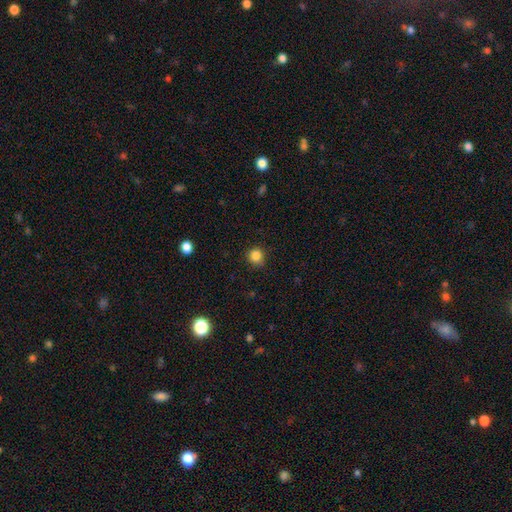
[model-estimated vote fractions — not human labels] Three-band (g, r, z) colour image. It shows a smooth galaxy with no disk features (84%) that is round (92%). Merging: none (85%).